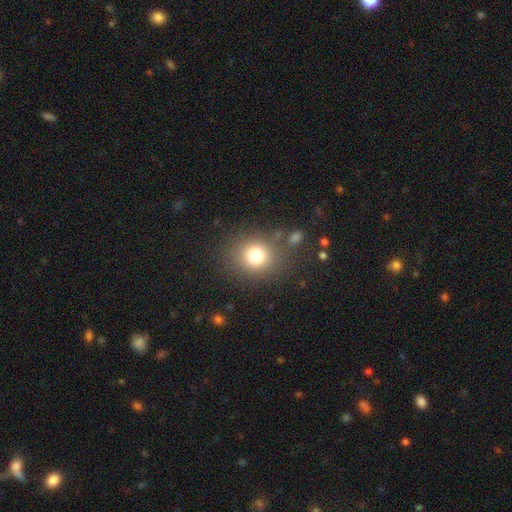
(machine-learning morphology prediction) Smooth or featured: smooth — 77% (star or artifact — 14%)
How rounded: round — 81% (in between — 18%)
Merging: none — 80% (minor disturbance — 10%)